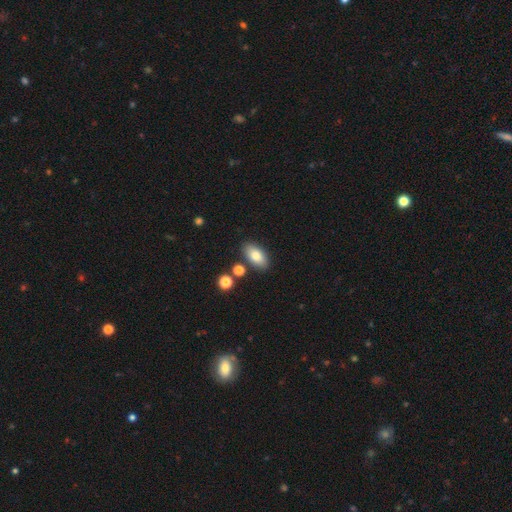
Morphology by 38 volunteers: Smooth or featured?
  - smooth: 87% *
  - featured or disk: 11%
  - star or artifact: 3%
How rounded?
  - in between: 91% *
  - cigar-shaped: 6%
  - round: 3%
Merging?
  - none: 89% *
  - minor disturbance: 8%
  - merger: 3%
  - major disturbance: 0%